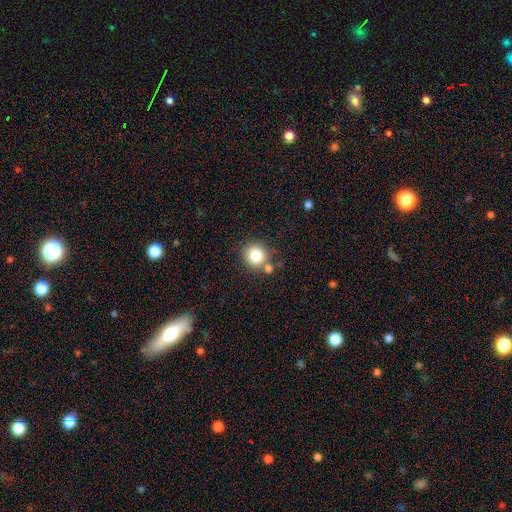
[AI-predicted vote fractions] Smooth or featured? Predicted: smooth (p=0.81). How rounded? Predicted: round (p=0.90). Merging? Predicted: none (p=0.75).